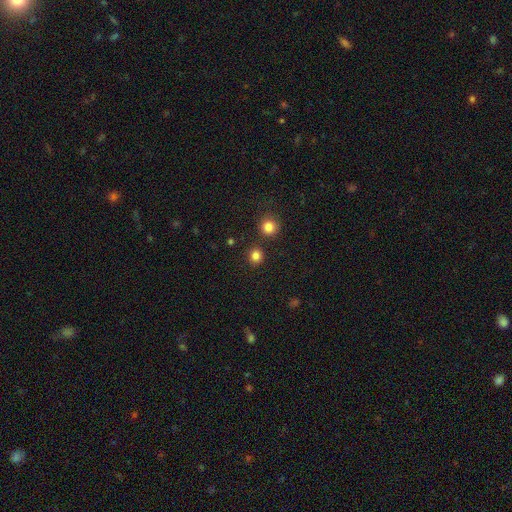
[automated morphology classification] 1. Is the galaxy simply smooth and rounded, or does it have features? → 83% smooth, 13% star or artifact, 4% featured or disk.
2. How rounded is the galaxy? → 90% round, 9% in between, 1% cigar-shaped.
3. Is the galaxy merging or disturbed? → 87% none, 6% minor disturbance, 5% merger, 2% major disturbance.